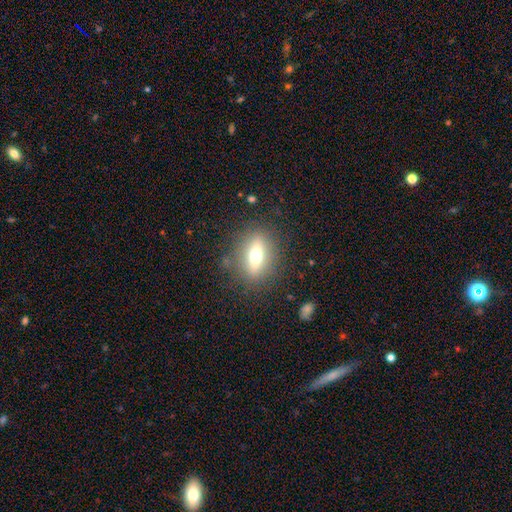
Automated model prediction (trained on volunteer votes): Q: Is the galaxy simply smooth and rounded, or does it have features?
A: smooth — 55%.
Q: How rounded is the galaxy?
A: in between — 61%.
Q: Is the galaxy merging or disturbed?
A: none — 83%.